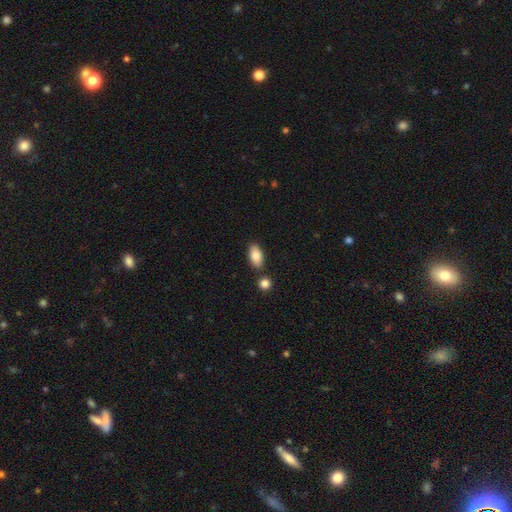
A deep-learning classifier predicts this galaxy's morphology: Q: Smooth or featured?
A: smooth (84%); runner-up: featured or disk (9%)
Q: How rounded?
A: in between (90%); runner-up: cigar-shaped (6%)
Q: Merging?
A: none (78%); runner-up: minor disturbance (11%)